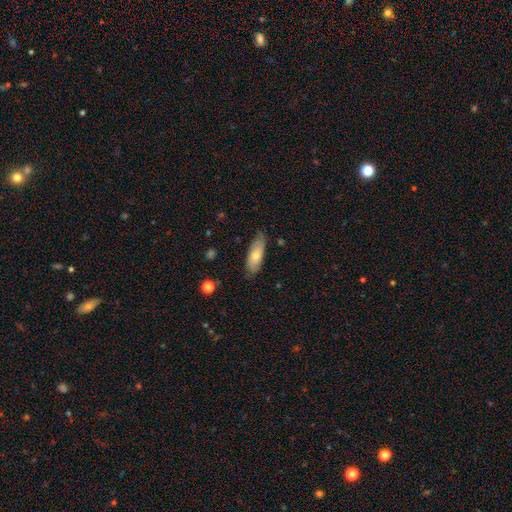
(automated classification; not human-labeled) smooth-or-featured: smooth: 67% | featured or disk: 26% | star or artifact: 6%
  how-rounded: in between: 68% | cigar-shaped: 30% | round: 2%
  merging: none: 75% | minor disturbance: 20% | major disturbance: 3% | merger: 1%